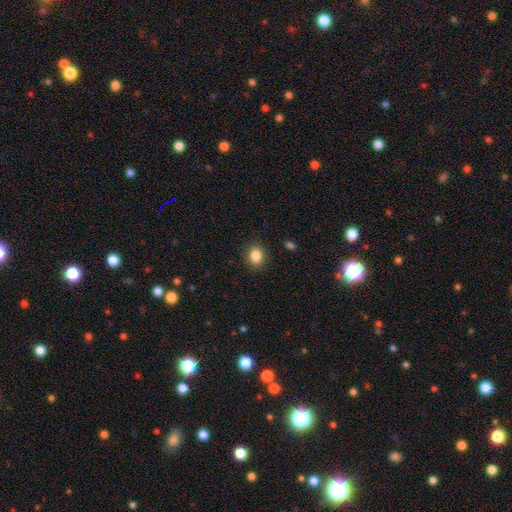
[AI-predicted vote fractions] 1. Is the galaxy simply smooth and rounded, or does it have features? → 86% smooth, 9% star or artifact, 5% featured or disk.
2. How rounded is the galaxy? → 53% round, 46% in between, 1% cigar-shaped.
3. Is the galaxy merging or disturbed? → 87% none, 9% minor disturbance, 3% major disturbance, 1% merger.